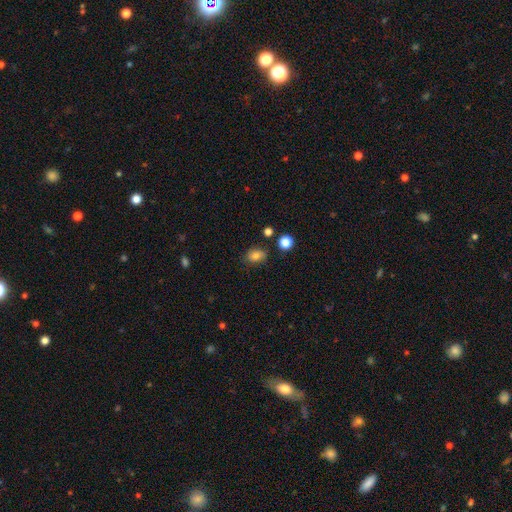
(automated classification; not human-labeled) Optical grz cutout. It shows a smooth galaxy with no disk features (81%) that is in between round and cigar-shaped (70%). Merging: none (78%).